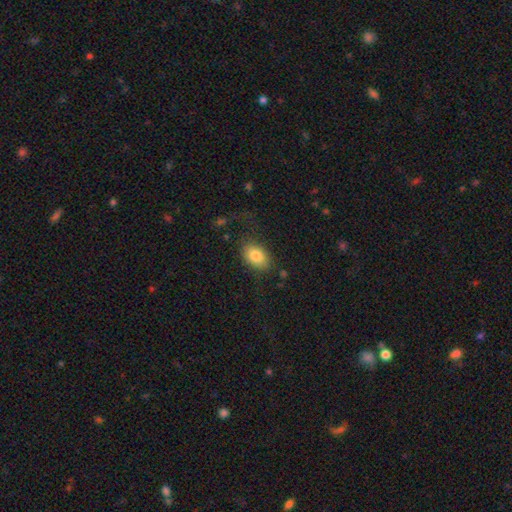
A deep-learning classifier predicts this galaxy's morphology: A smooth galaxy with no disk features (83%) that is in between round and cigar-shaped (85%). Merging: none (72%).